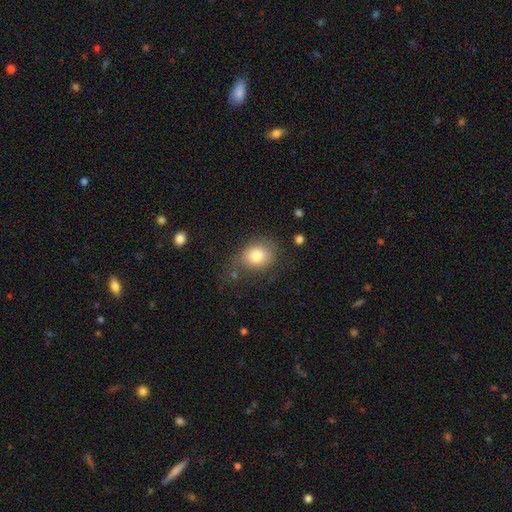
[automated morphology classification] smooth-or-featured: smooth: 79% | featured or disk: 11% | star or artifact: 10%
  how-rounded: round: 56% | in between: 43% | cigar-shaped: 1%
  merging: none: 60% | minor disturbance: 24% | major disturbance: 12% | merger: 4%